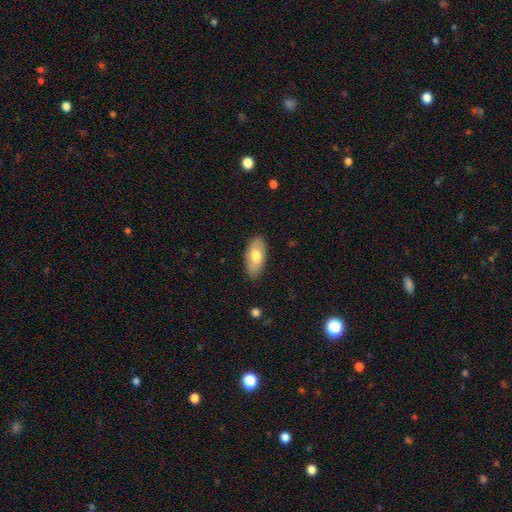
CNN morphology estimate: This is likely a smooth galaxy (70%). How rounded: clearly in between (92%). Merging: clearly none (84%).